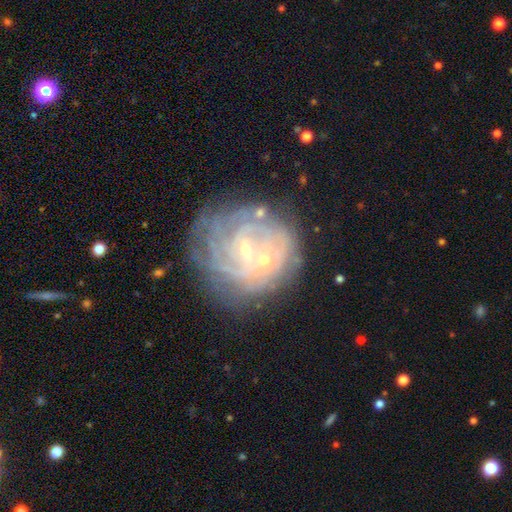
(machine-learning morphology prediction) A featured or disk galaxy (76%) with no bar (59%), tight (73%) spiral arms (83%) and a small central bulge (78%).

Vote fractions:
- Smooth or featured? featured or disk: 76% / smooth: 14% / star or artifact: 10%
- Edge-on disk? no: 97% / yes: 3%
- Bar? no: 59% / weak: 32% / strong: 9%
- Spiral arms? yes: 83% / no: 17%
- Spiral winding? tight: 73% / medium: 20% / loose: 7%
- Spiral arm count? can't tell: 49% / 4: 14% / 3: 12% / 2: 11% / more than 4: 9% / 1: 6%
- Bulge size? small: 78% / moderate: 15% / none: 5% / large: 2% / dominant: 1%
- Merging? none: 55% / minor disturbance: 17% / merger: 16% / major disturbance: 11%